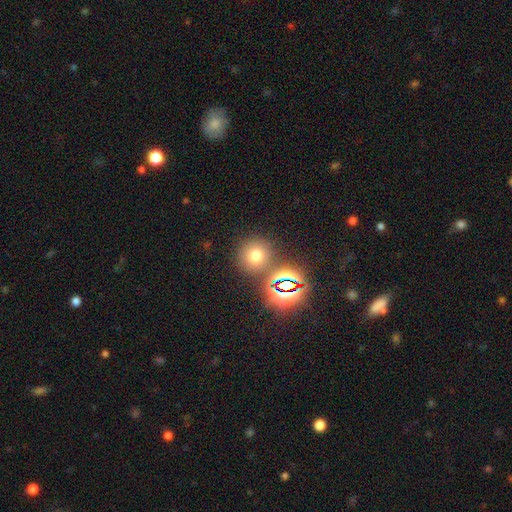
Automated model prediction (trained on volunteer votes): smooth_or_featured: smooth (p=0.66) [alt: star or artifact p=0.25]
how_rounded: round (p=0.91) [alt: in between p=0.08]
merging: none (p=0.77) [alt: merger p=0.11]